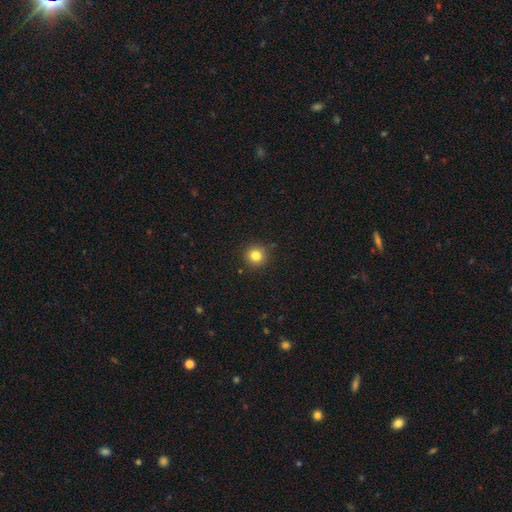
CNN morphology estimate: type=smooth (82%); roundness=round (94%); merging=none (90%).